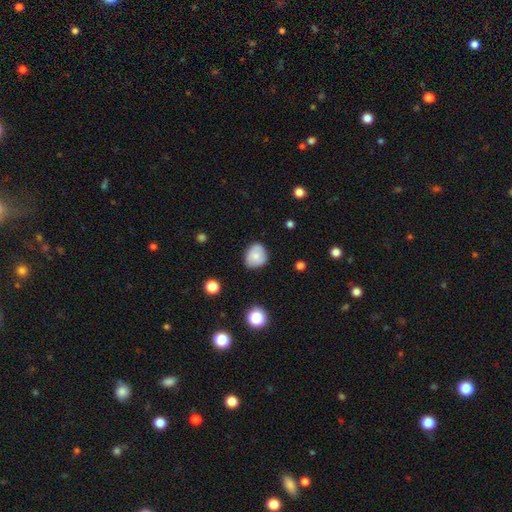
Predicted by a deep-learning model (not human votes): This appears to be a smooth galaxy with no disk features (74%) that is round (61%). Merging: none (68%).